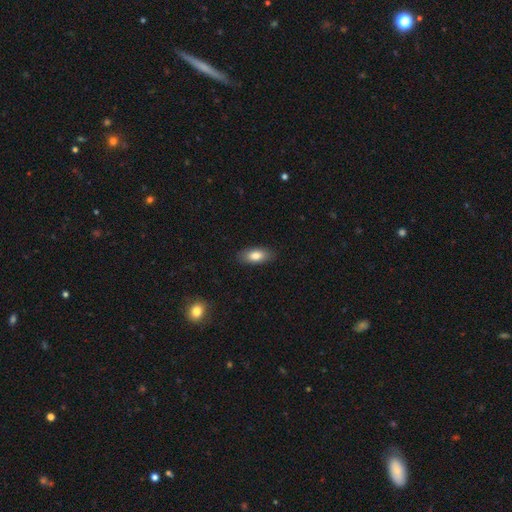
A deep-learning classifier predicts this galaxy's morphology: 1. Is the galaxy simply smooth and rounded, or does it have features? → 82% smooth, 11% featured or disk, 7% star or artifact.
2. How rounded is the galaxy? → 88% in between, 9% cigar-shaped, 3% round.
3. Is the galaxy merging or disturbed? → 87% none, 9% minor disturbance, 2% major disturbance, 1% merger.